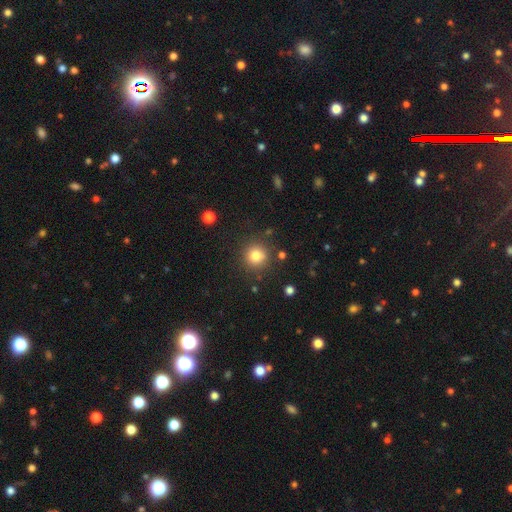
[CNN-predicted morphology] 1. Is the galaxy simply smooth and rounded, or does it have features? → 81% smooth, 12% star or artifact, 7% featured or disk.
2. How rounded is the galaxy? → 93% round, 6% in between, 1% cigar-shaped.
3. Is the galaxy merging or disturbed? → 87% none, 8% minor disturbance, 3% major disturbance, 3% merger.